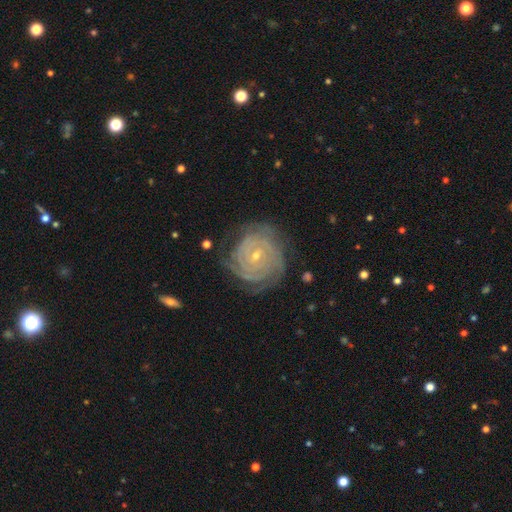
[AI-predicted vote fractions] A featured or disk galaxy (87%) with no bar (63%), tight (85%) spiral arms (97%) and a small central bulge (72%).

Vote fractions:
- Smooth or featured? featured or disk: 87% / smooth: 7% / star or artifact: 6%
- Edge-on disk? no: 97% / yes: 3%
- Bar? no: 63% / weak: 28% / strong: 10%
- Spiral arms? yes: 97% / no: 3%
- Spiral winding? tight: 85% / medium: 12% / loose: 2%
- Spiral arm count? can't tell: 26% / 3: 23% / 4: 21% / 2: 15% / more than 4: 9% / 1: 6%
- Bulge size? small: 72% / moderate: 25% / none: 1% / large: 1% / dominant: 1%
- Merging? none: 76% / minor disturbance: 17% / major disturbance: 6% / merger: 2%